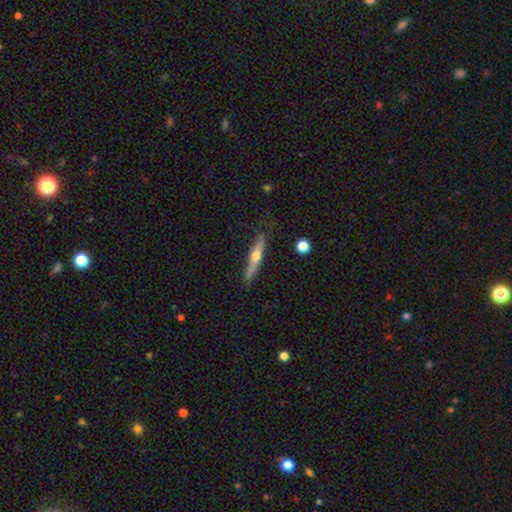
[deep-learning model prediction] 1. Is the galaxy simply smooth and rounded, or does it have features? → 56% featured or disk, 39% smooth, 6% star or artifact.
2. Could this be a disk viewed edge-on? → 93% yes, 7% no.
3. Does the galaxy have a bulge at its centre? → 91% rounded, 6% none, 3% boxy.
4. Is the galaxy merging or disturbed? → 80% none, 15% minor disturbance, 3% major disturbance, 2% merger.